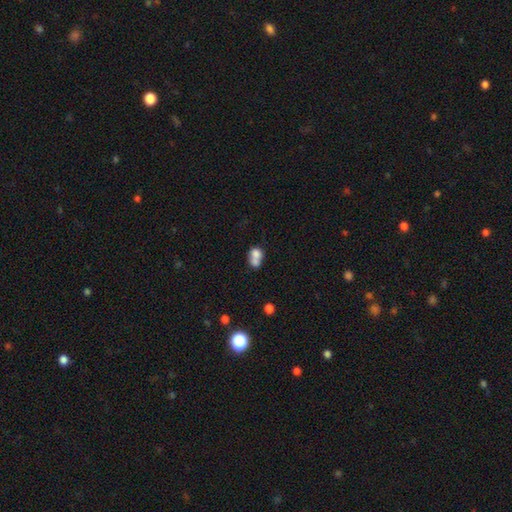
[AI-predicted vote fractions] Smooth or featured? smooth (71%)
How rounded? round (53%)
Merging? merger (65%)